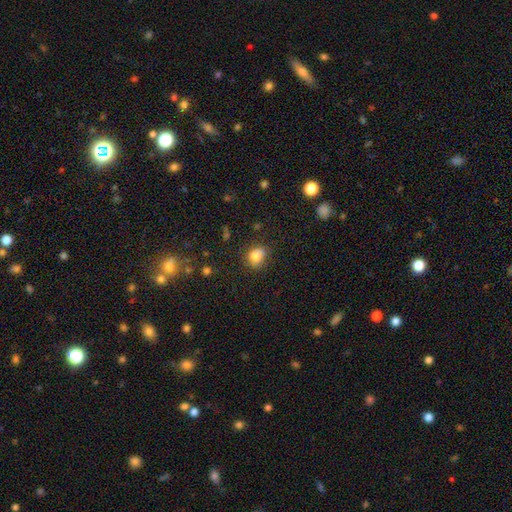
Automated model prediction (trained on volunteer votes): This appears to be a smooth galaxy with no disk features (84%) that is in between round and cigar-shaped (51%). Merging: none (70%).